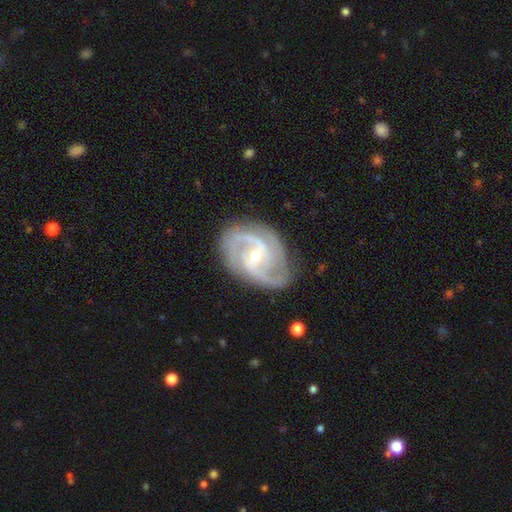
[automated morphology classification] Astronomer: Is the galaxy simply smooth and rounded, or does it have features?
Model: featured or disk — 91%.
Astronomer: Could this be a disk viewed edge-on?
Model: no — 97%.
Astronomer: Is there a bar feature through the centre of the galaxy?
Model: weak — 49% (runner-up: no, 29%).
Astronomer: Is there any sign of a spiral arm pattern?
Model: yes — 98%.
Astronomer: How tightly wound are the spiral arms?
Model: medium — 55% (runner-up: tight, 32%).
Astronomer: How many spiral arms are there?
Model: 2 — 67%.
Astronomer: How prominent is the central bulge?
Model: small — 62%.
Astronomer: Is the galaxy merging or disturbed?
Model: none — 78%.